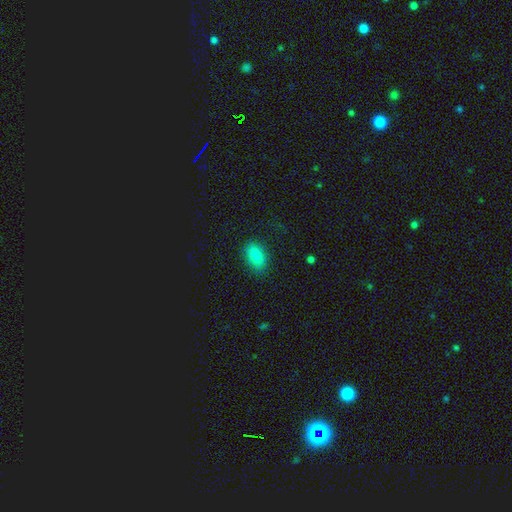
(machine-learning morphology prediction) A smooth galaxy with no disk features (86%) that is in between round and cigar-shaped (90%).

Vote fractions:
- Smooth or featured? smooth: 86% / star or artifact: 9% / featured or disk: 5%
- How rounded? in between: 90% / round: 6% / cigar-shaped: 4%
- Merging? none: 84% / minor disturbance: 11% / major disturbance: 4% / merger: 1%